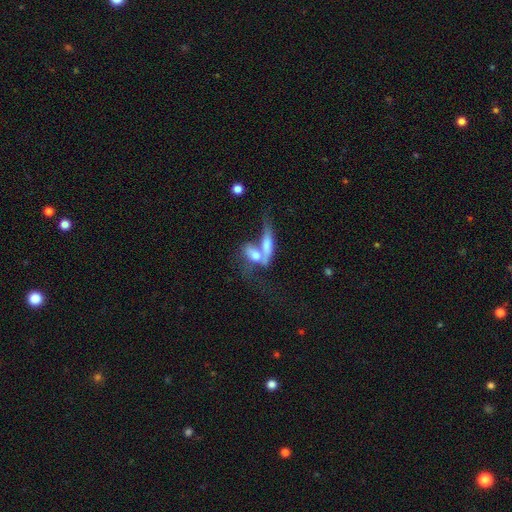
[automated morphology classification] This appears to be a smooth galaxy with no disk features (56%) that is in between round and cigar-shaped (62%). Merging: merger (66%).